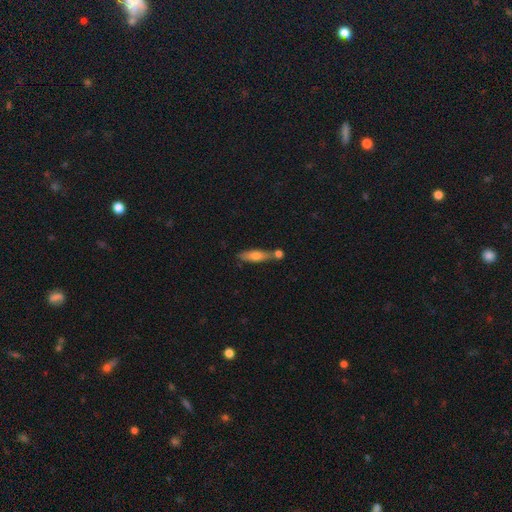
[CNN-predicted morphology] Smooth or featured? smooth (60%)
How rounded? cigar-shaped (69%)
Merging? none (57%)